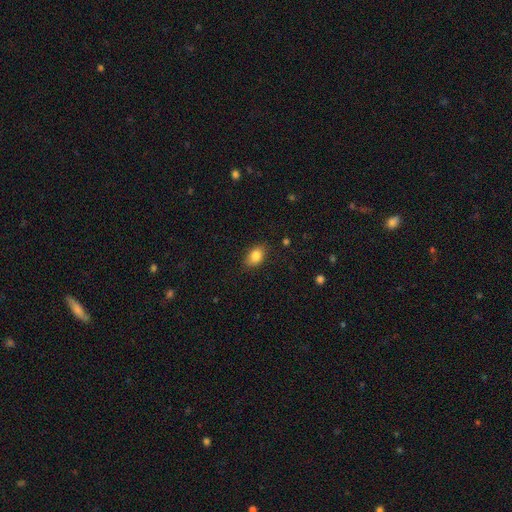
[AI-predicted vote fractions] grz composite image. It shows a smooth galaxy with no disk features (84%) that is in between round and cigar-shaped (83%). Merging: none (83%).